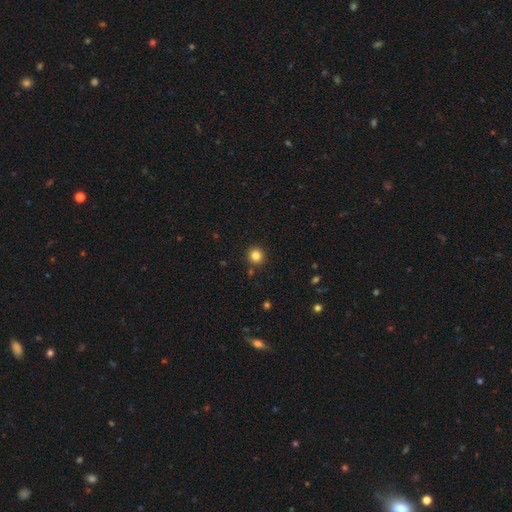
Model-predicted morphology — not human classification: Smooth or featured? Predicted: smooth (p=0.83). How rounded? Predicted: round (p=0.95). Merging? Predicted: none (p=0.90).